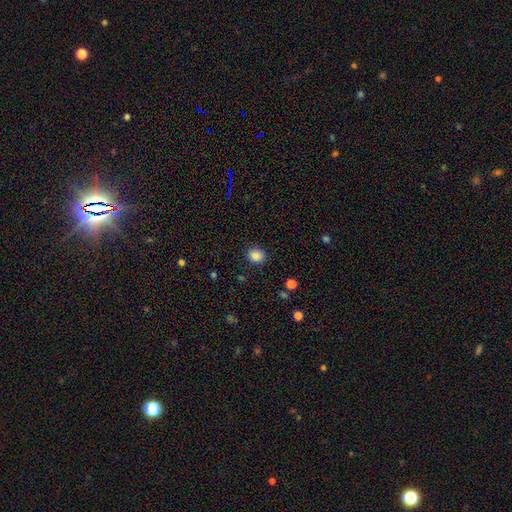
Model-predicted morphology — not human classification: smooth 86%, star or artifact 10%, featured or disk 3%. Down the decision tree: how rounded — round (73%); merging — none (88%).